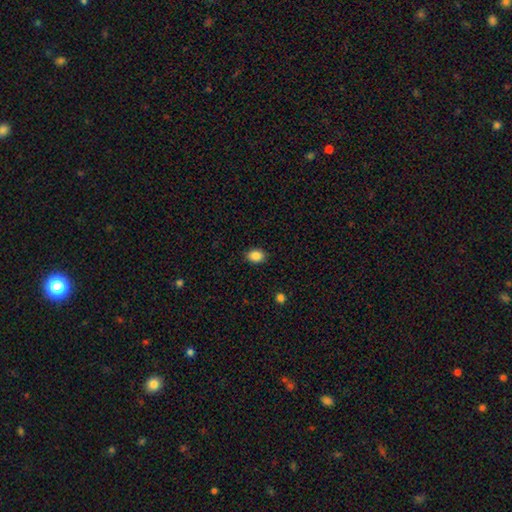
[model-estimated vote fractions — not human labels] Overall: smooth (87%). How rounded: in between (58%; round 41%). Merging: none (89%).